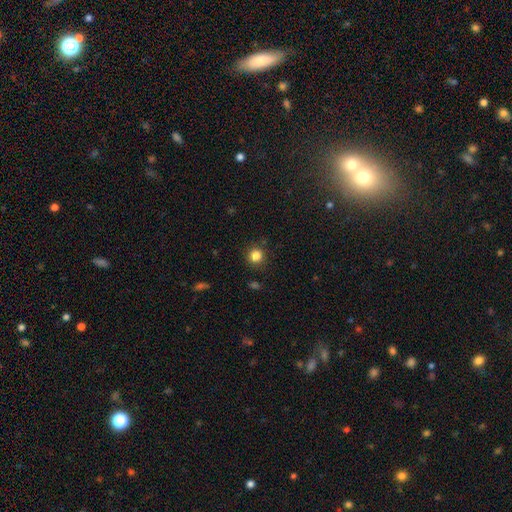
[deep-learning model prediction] smooth_or_featured: smooth (p=0.84) [alt: star or artifact p=0.12]
how_rounded: round (p=0.92) [alt: in between p=0.07]
merging: none (p=0.88) [alt: minor disturbance p=0.08]